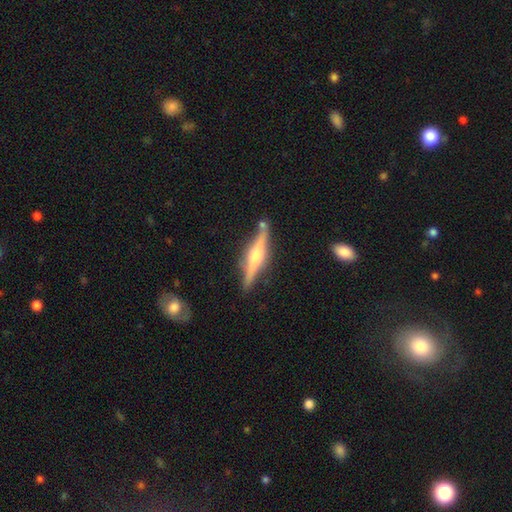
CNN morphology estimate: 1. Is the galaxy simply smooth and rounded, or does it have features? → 81% featured or disk, 13% smooth, 6% star or artifact.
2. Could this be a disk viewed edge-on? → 97% yes, 3% no.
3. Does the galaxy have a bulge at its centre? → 81% rounded, 15% boxy, 5% none.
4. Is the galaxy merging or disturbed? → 83% none, 11% minor disturbance, 3% merger, 3% major disturbance.